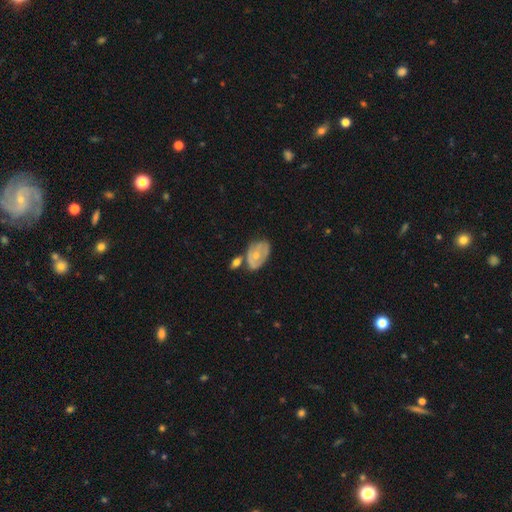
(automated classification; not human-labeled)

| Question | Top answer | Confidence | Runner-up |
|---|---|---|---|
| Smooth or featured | featured or disk | 53% | smooth (41%) |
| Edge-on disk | no | 94% | yes (6%) |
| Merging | none | 41% | minor disturbance (27%) |